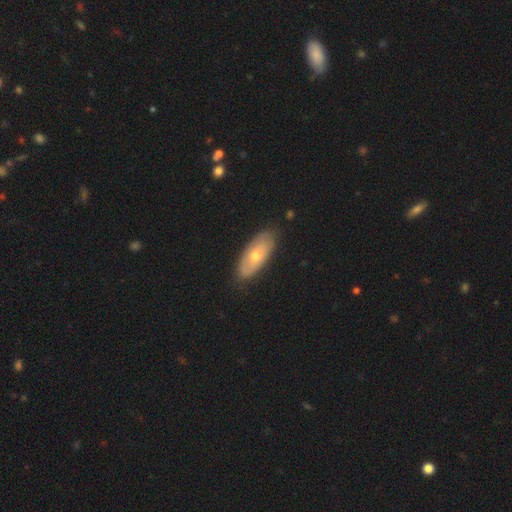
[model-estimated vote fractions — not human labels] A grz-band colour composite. It shows a smooth galaxy with no disk features (49%). Merging: none (83%).